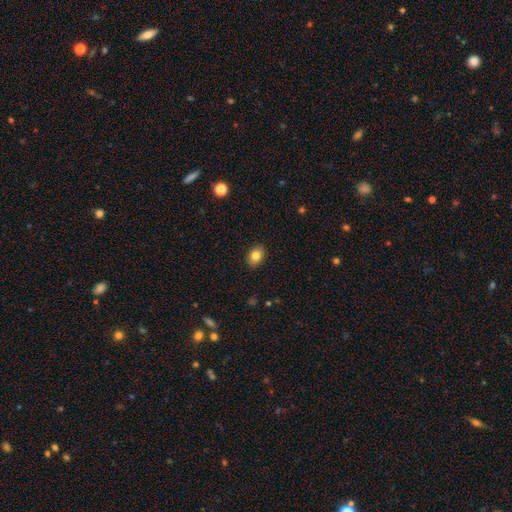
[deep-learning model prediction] This appears to be a smooth galaxy with no disk features (83%) that is in between round and cigar-shaped (68%). Merging: none (90%).